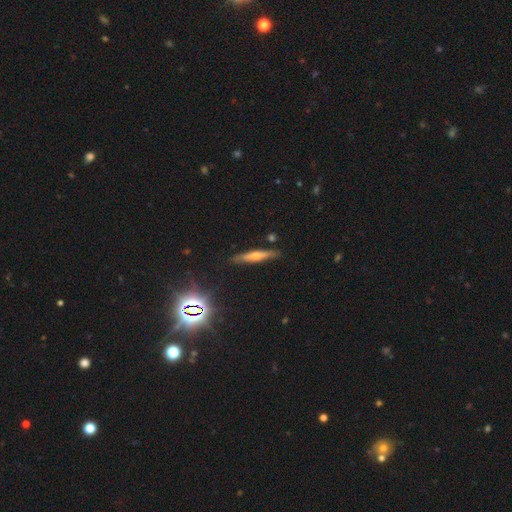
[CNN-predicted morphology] smooth-or-featured: featured or disk: 52% | smooth: 32% | star or artifact: 16%
  disk-edge-on: yes: 93% | no: 7%
  merging: none: 86% | minor disturbance: 10% | major disturbance: 2% | merger: 2%